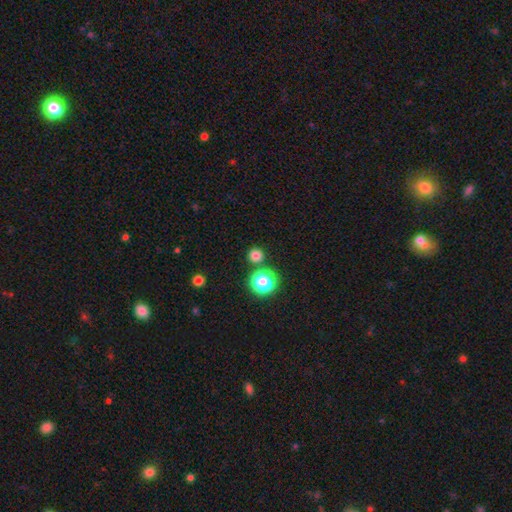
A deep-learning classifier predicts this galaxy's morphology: smooth_or_featured: smooth (p=0.76) [alt: star or artifact p=0.19]
how_rounded: round (p=0.95) [alt: in between p=0.04]
merging: none (p=0.87) [alt: merger p=0.06]